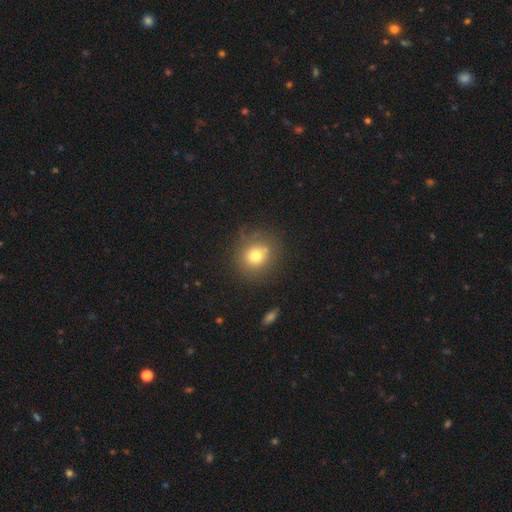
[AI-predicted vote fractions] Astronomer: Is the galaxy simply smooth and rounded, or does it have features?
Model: smooth — 76%.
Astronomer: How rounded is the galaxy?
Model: round — 85%.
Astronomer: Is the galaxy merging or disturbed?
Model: none — 76%.